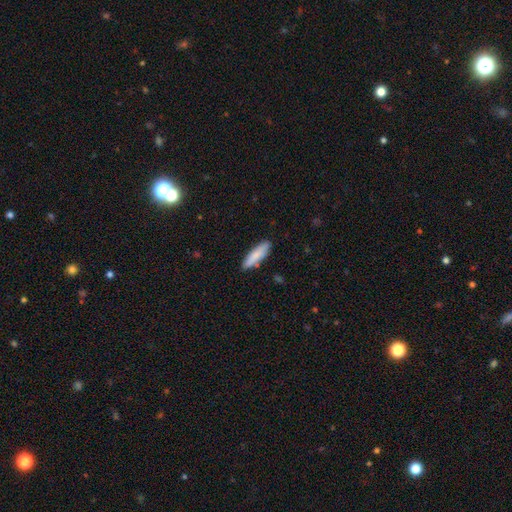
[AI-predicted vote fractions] smooth_or_featured: smooth (p=0.83) [alt: featured or disk p=0.12]
how_rounded: cigar-shaped (p=0.63) [alt: in between p=0.36]
merging: none (p=0.83) [alt: minor disturbance p=0.12]